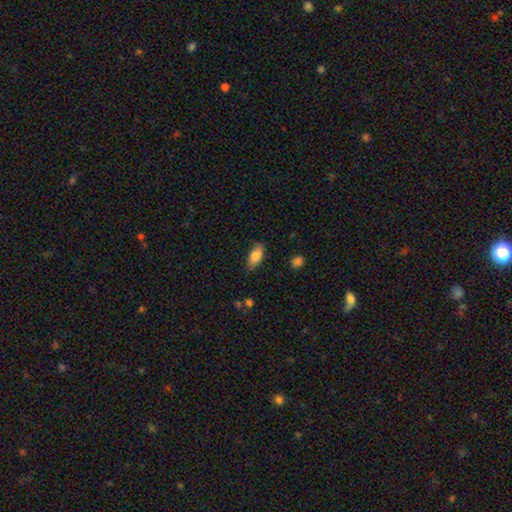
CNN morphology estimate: A smooth galaxy with no disk features (84%) that is in between round and cigar-shaped (88%).

Vote fractions:
- Smooth or featured? smooth: 84% / featured or disk: 9% / star or artifact: 7%
- How rounded? in between: 88% / cigar-shaped: 9% / round: 3%
- Merging? none: 79% / minor disturbance: 17% / major disturbance: 3% / merger: 1%